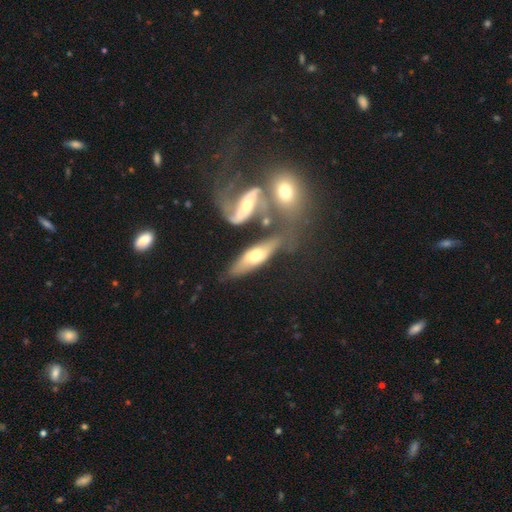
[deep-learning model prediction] smooth_or_featured: featured or disk (p=0.51) [alt: smooth p=0.43]
disk_edge_on: yes (p=0.56) [alt: no p=0.44]
merging: none (p=0.55) [alt: merger p=0.20]